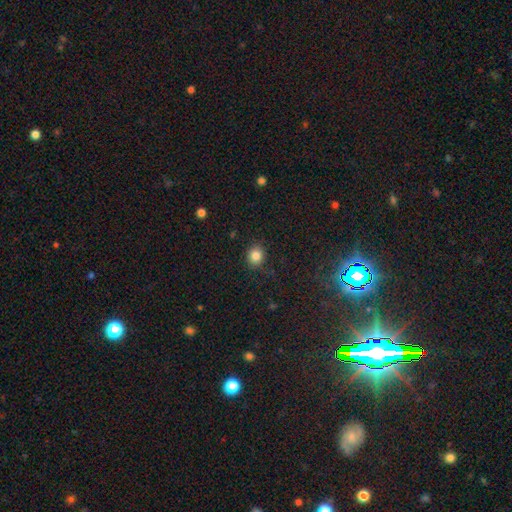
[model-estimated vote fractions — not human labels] smooth-or-featured: smooth: 84% | star or artifact: 11% | featured or disk: 5%
  how-rounded: round: 76% | in between: 24% | cigar-shaped: 1%
  merging: none: 85% | minor disturbance: 11% | major disturbance: 3% | merger: 1%